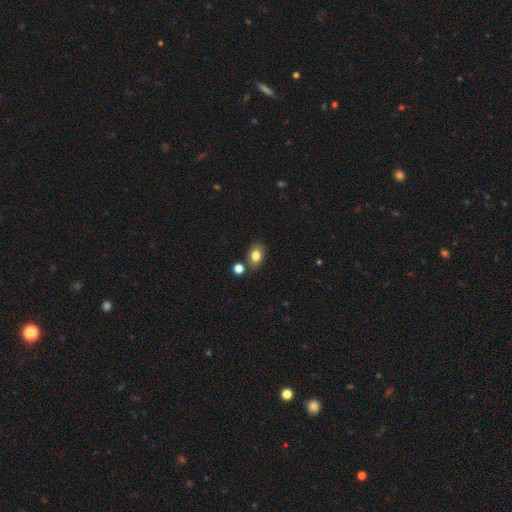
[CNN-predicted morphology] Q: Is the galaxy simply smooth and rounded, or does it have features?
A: smooth — 80%.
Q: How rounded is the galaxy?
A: in between — 80%.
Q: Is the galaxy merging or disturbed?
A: none — 73%.